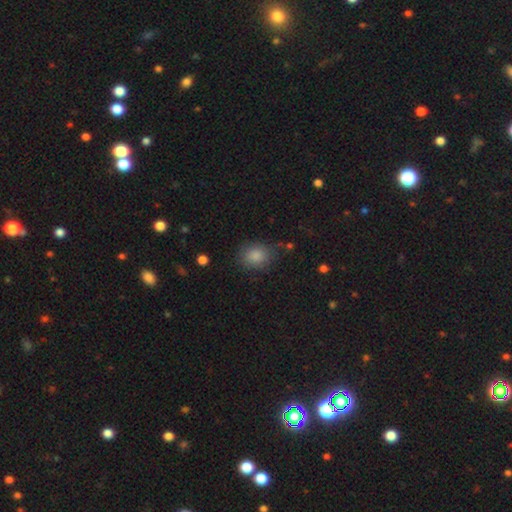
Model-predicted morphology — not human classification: Q: Smooth or featured?
A: smooth (86%); runner-up: star or artifact (8%)
Q: How rounded?
A: round (50%); runner-up: in between (49%)
Q: Merging?
A: none (73%); runner-up: minor disturbance (19%)